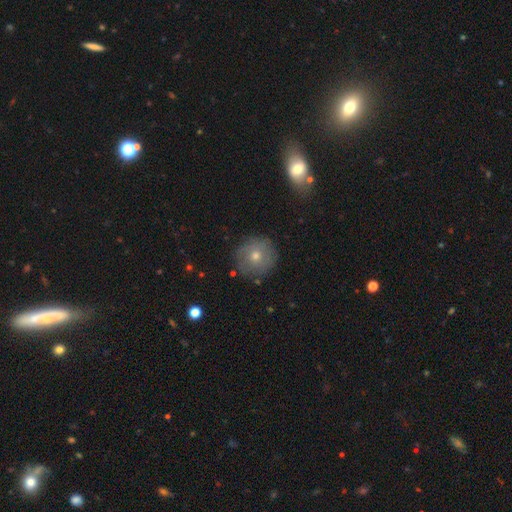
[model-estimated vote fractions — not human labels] Morphology: type=smooth (57%); roundness=round (92%); merging=none (83%).